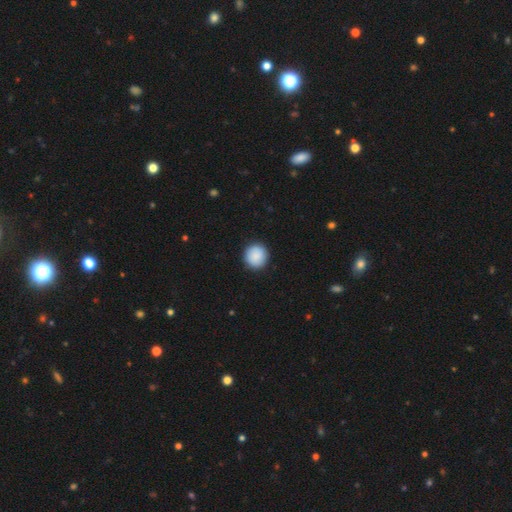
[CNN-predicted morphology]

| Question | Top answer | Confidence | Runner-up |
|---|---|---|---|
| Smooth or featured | smooth | 90% | star or artifact (7%) |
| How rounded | round | 95% | in between (5%) |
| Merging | none | 92% | minor disturbance (5%) |